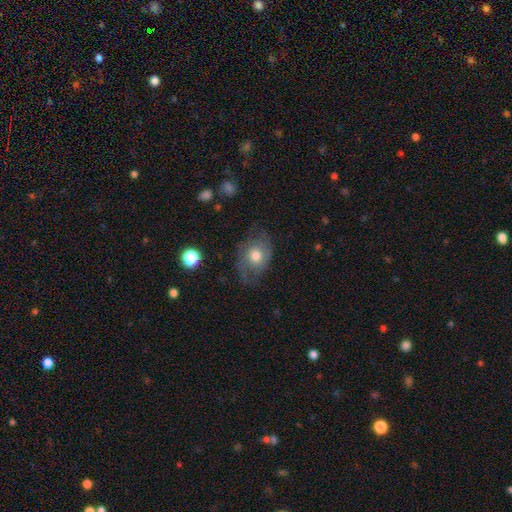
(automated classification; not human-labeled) Overall: smooth (50%; featured or disk 41%). How rounded: in between (62%; round 37%). Merging: none (57%; minor disturbance 25%).